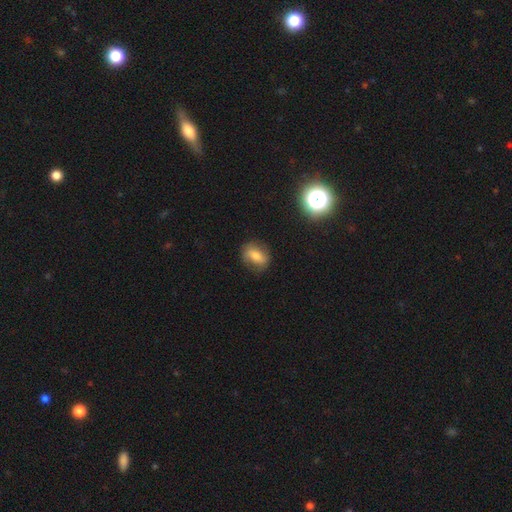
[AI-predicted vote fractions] Smooth or featured?
  - smooth: 59% *
  - featured or disk: 30%
  - star or artifact: 11%
How rounded?
  - in between: 64% *
  - round: 32%
  - cigar-shaped: 4%
Merging?
  - none: 76% *
  - minor disturbance: 17%
  - major disturbance: 5%
  - merger: 1%